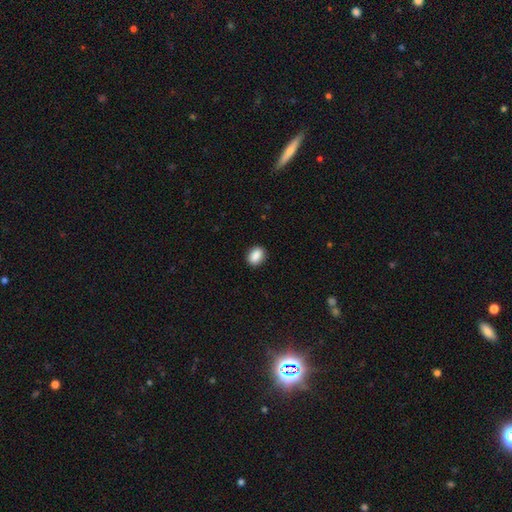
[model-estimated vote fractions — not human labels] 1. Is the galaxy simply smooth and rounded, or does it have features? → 89% smooth, 8% star or artifact, 4% featured or disk.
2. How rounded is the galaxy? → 75% in between, 23% round, 2% cigar-shaped.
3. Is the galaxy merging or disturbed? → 89% none, 8% minor disturbance, 2% major disturbance, 1% merger.